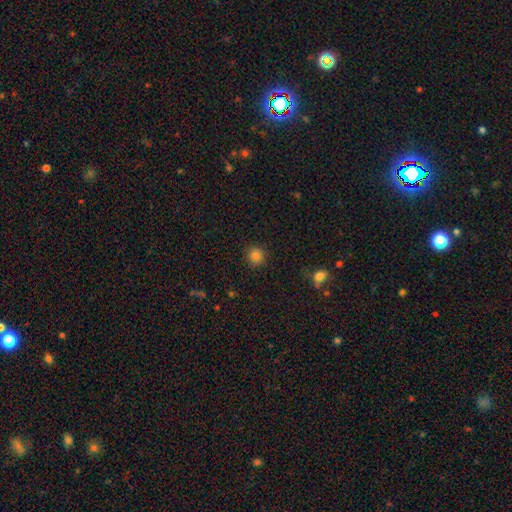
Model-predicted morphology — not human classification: Q: Smooth or featured?
A: smooth (84%); runner-up: star or artifact (12%)
Q: How rounded?
A: round (91%); runner-up: in between (8%)
Q: Merging?
A: none (88%); runner-up: minor disturbance (8%)